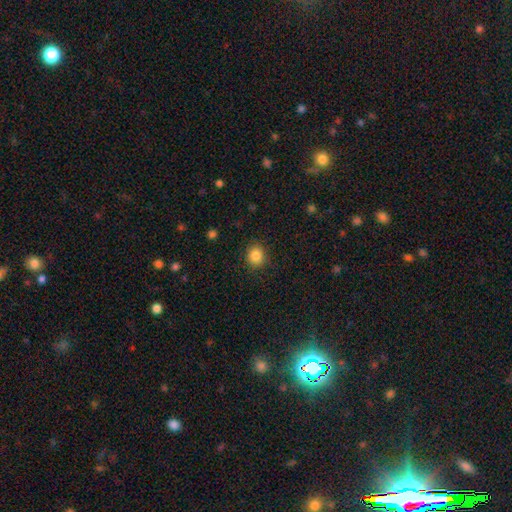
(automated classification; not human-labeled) smooth_or_featured: smooth (p=0.85) [alt: star or artifact p=0.10]
how_rounded: round (p=0.83) [alt: in between p=0.16]
merging: none (p=0.89) [alt: minor disturbance p=0.08]